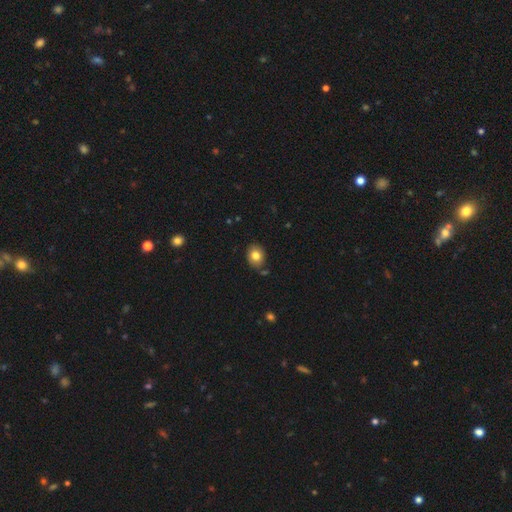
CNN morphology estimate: A smooth galaxy with no disk features (80%) that is in between round and cigar-shaped (52%). Merging: none (80%).